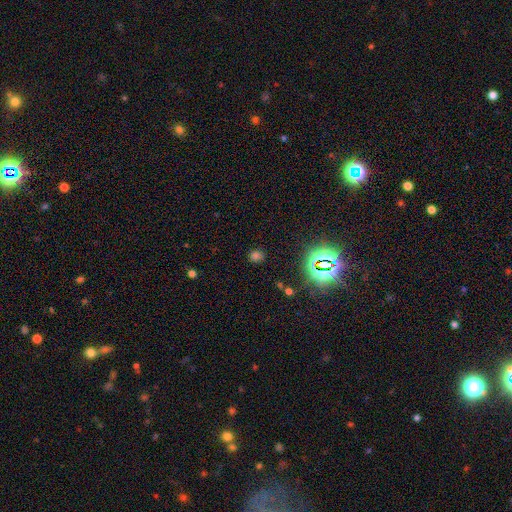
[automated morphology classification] A smooth galaxy with no disk features (58%) that is round (70%). Merging: none (84%).